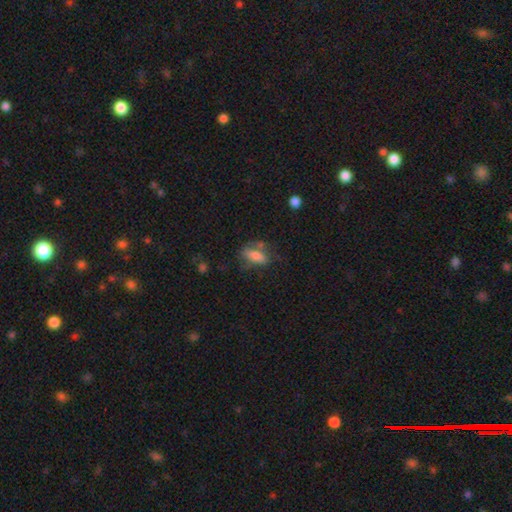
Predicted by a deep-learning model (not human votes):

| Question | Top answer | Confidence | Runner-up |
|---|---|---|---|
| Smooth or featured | smooth | 70% | featured or disk (21%) |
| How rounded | in between | 72% | cigar-shaped (23%) |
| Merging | none | 53% | minor disturbance (25%) |